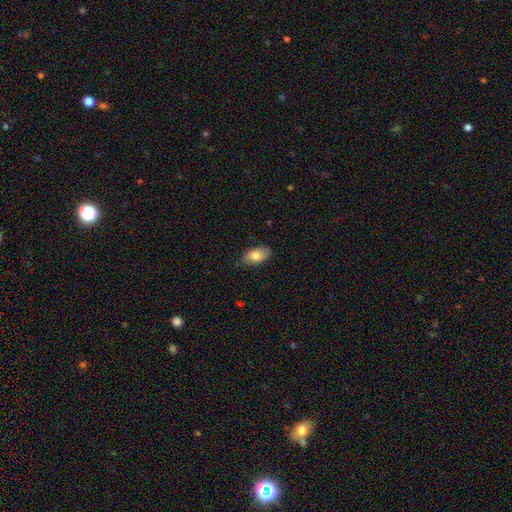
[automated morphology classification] Smooth or featured?
  - smooth: 79% *
  - featured or disk: 15%
  - star or artifact: 6%
How rounded?
  - in between: 93% *
  - round: 4%
  - cigar-shaped: 2%
Merging?
  - none: 81% *
  - minor disturbance: 15%
  - major disturbance: 3%
  - merger: 1%